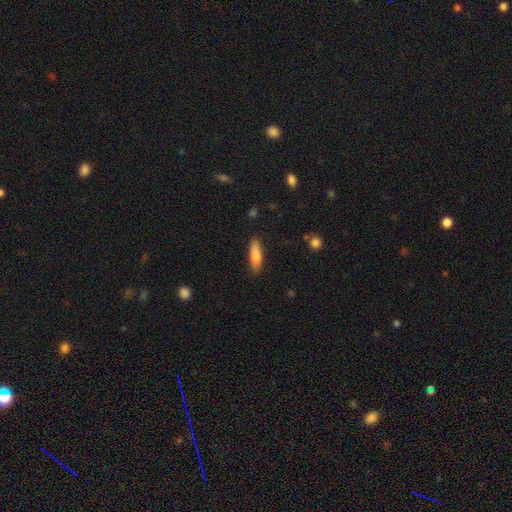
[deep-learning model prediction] The model was most divided on "how rounded": cigar-shaped: 62%, in between: 36%, round: 2%. More confident: merging — none (84%); smooth or featured — smooth (79%).